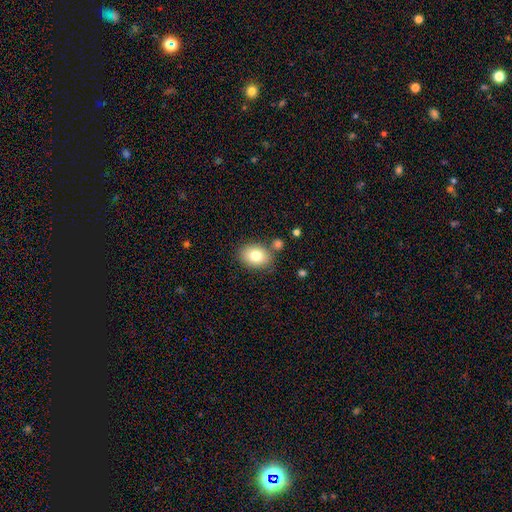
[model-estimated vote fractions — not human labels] smooth_or_featured: smooth (p=0.79) [alt: featured or disk p=0.12]
how_rounded: in between (p=0.69) [alt: round p=0.30]
merging: none (p=0.76) [alt: minor disturbance p=0.13]